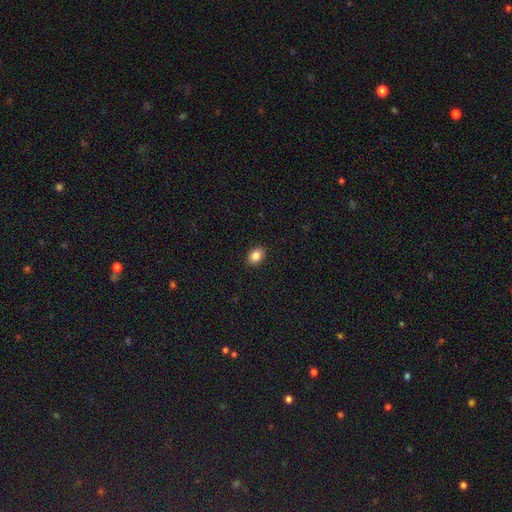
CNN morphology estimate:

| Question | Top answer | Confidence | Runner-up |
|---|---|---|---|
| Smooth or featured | smooth | 86% | star or artifact (9%) |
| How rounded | in between | 74% | round (25%) |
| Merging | none | 90% | minor disturbance (7%) |